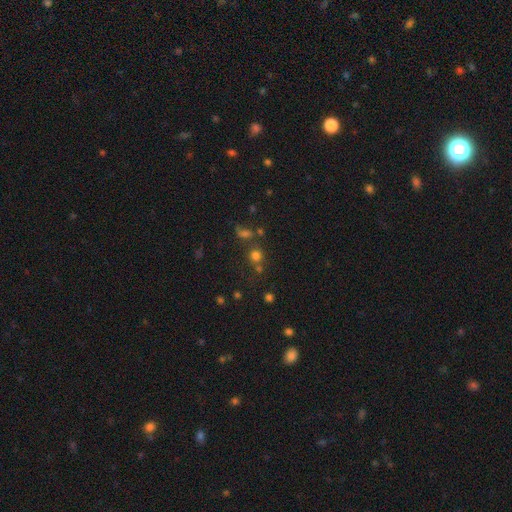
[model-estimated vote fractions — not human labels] smooth 67%, star or artifact 24%, featured or disk 9%. Down the decision tree: how rounded — round (88%); merging — none (65%).